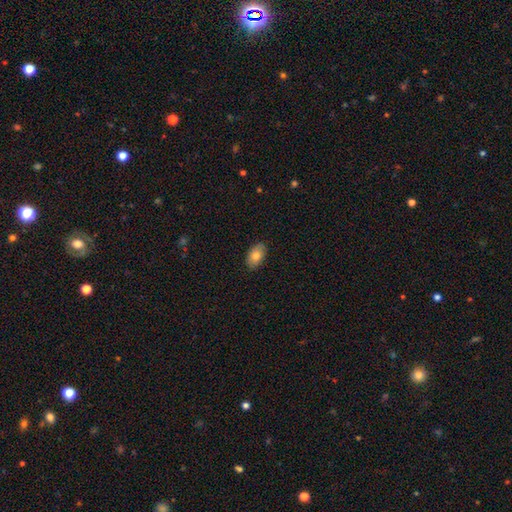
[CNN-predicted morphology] This is clearly a smooth galaxy (81%). How rounded: clearly in between (92%). Merging: clearly none (87%).